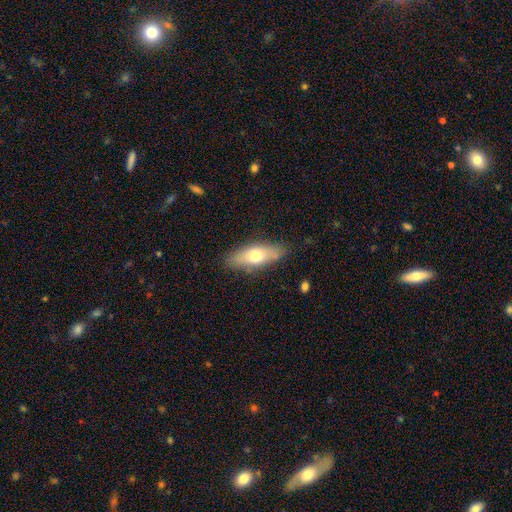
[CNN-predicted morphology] Q: Smooth or featured?
A: smooth (62%); runner-up: featured or disk (31%)
Q: How rounded?
A: in between (63%); runner-up: cigar-shaped (34%)
Q: Merging?
A: none (81%); runner-up: minor disturbance (14%)